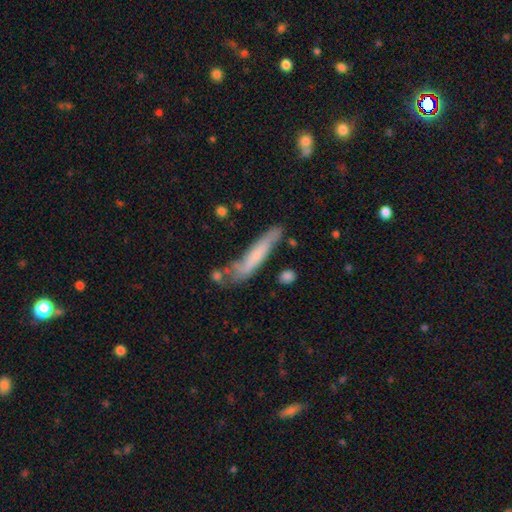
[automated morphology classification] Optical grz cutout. It shows a smooth galaxy with no disk features (58%) that is cigar-shaped (88%). Merging: none (57%).